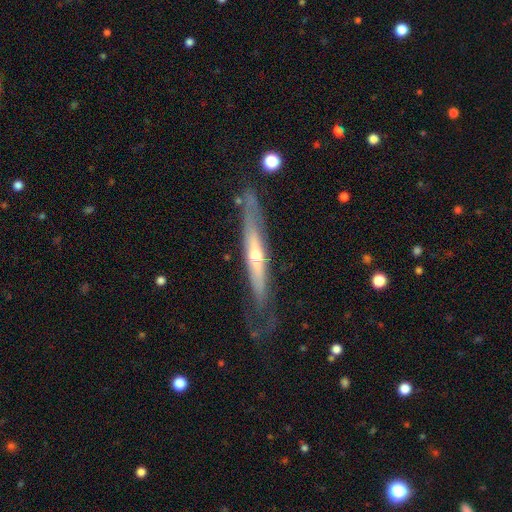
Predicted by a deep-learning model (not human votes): Q: Smooth or featured?
A: featured or disk (72%); runner-up: smooth (22%)
Q: Edge-on disk?
A: yes (80%); runner-up: no (20%)
Q: Edge-on bulge?
A: rounded (76%); runner-up: none (22%)
Q: Merging?
A: none (68%); runner-up: minor disturbance (21%)